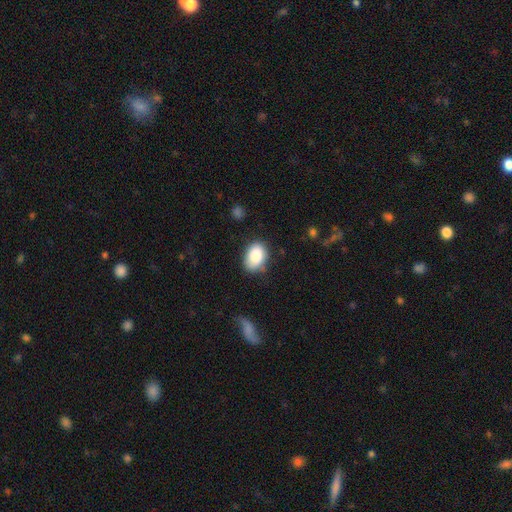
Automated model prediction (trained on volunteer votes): smooth 86%, star or artifact 7%, featured or disk 7%. Down the decision tree: how rounded — in between (79%); merging — none (73%).